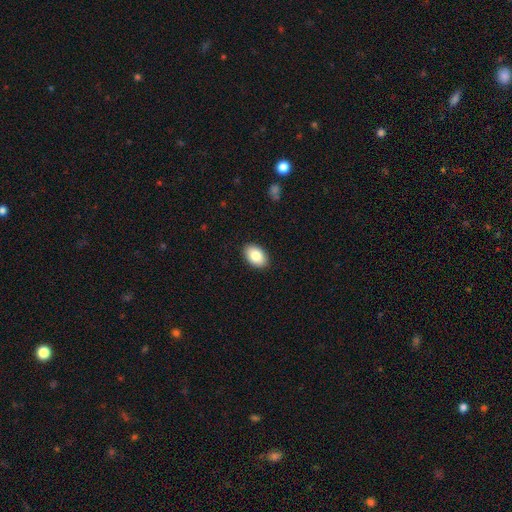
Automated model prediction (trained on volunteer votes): smooth 85%, featured or disk 8%, star or artifact 7%. Down the decision tree: how rounded — in between (90%); merging — none (90%).